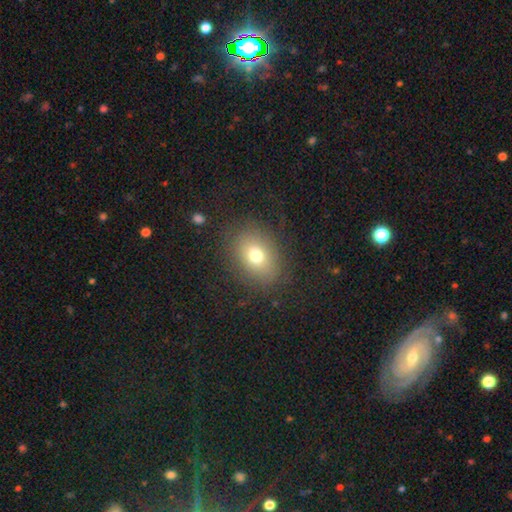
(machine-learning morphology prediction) A smooth galaxy with no disk features (72%) that is in between round and cigar-shaped (61%). Merging: none (80%).